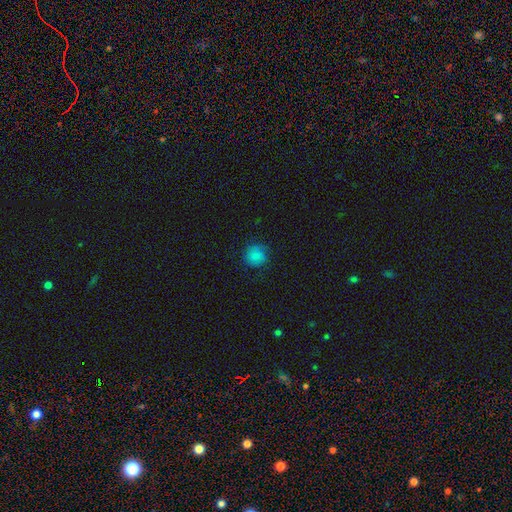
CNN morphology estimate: A smooth galaxy with no disk features (84%) that is round (90%).

Vote fractions:
- Smooth or featured? smooth: 84% / star or artifact: 10% / featured or disk: 5%
- How rounded? round: 90% / in between: 9% / cigar-shaped: 1%
- Merging? none: 82% / minor disturbance: 13% / major disturbance: 4% / merger: 1%